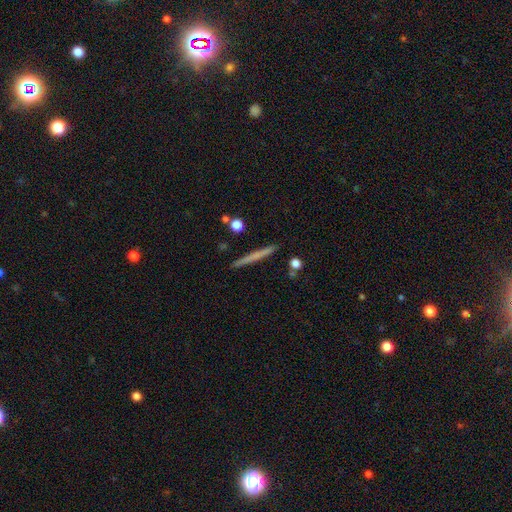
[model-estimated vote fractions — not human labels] This is possibly a smooth galaxy (51%). How rounded: clearly cigar-shaped (96%). Merging: clearly none (91%).